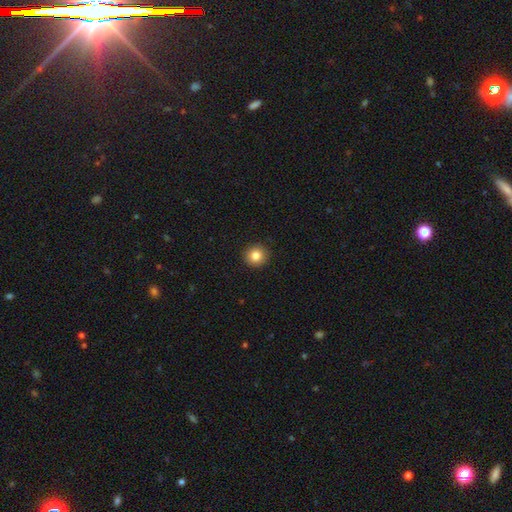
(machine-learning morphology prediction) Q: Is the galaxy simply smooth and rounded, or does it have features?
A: smooth — 84%.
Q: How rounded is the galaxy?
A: round — 92%.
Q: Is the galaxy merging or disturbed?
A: none — 92%.